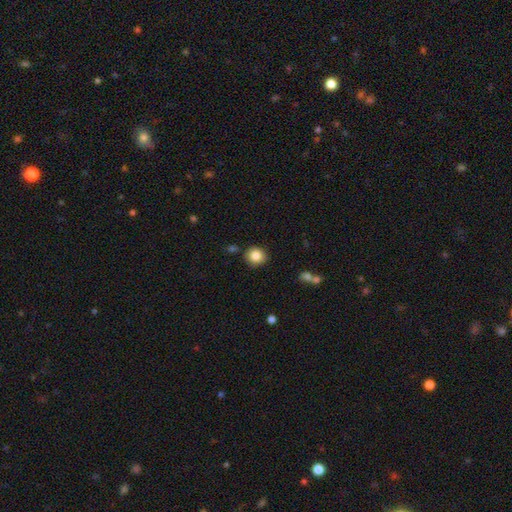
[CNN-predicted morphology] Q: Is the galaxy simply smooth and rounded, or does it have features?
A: smooth — 84%.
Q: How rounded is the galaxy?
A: round — 88%.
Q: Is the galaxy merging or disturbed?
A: none — 86%.